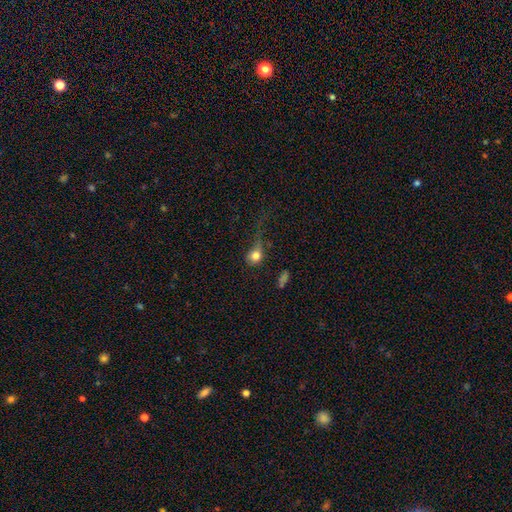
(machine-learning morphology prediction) smooth_or_featured: smooth (p=0.77) [alt: featured or disk p=0.12]
how_rounded: round (p=0.61) [alt: in between p=0.36]
merging: major disturbance (p=0.36) [alt: none p=0.33]